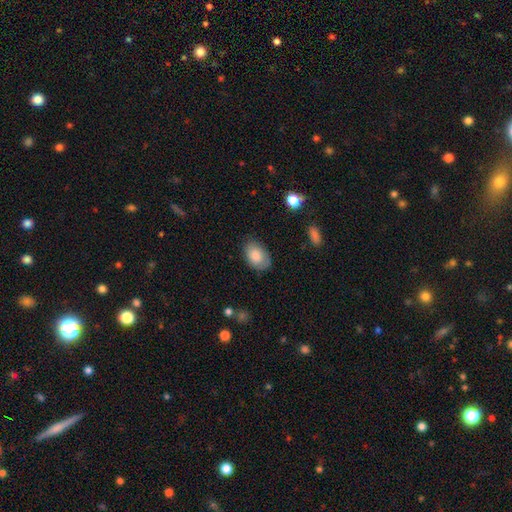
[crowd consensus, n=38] smooth-or-featured: smooth: 89% | featured or disk: 8% | star or artifact: 3%
  how-rounded: in between: 94% | round: 6% | cigar-shaped: 0%
  merging: none: 57% | minor disturbance: 32% | major disturbance: 8% | merger: 3%